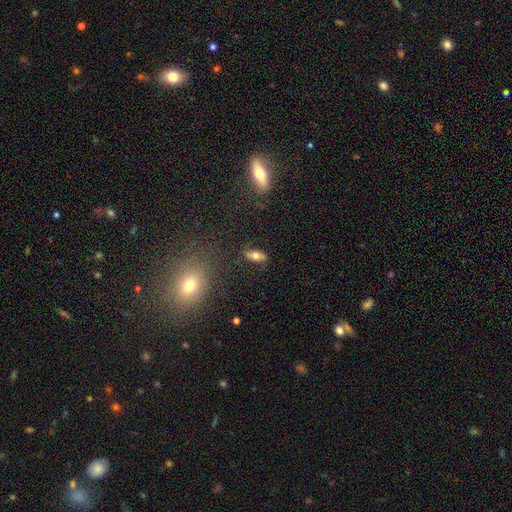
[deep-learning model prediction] smooth_or_featured: smooth (p=0.63) [alt: featured or disk p=0.27]
how_rounded: in between (p=0.84) [alt: cigar-shaped p=0.10]
merging: none (p=0.79) [alt: minor disturbance p=0.13]